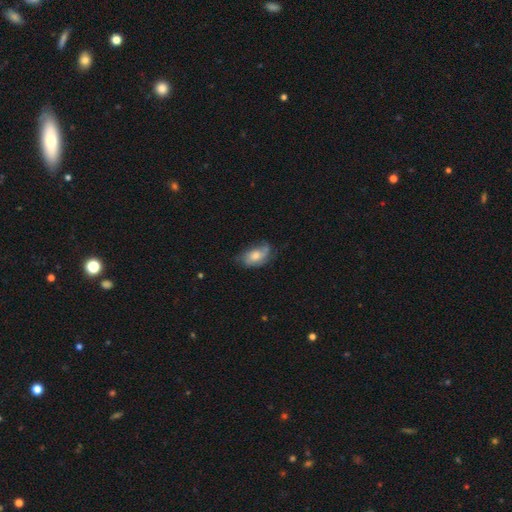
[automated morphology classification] The model was most divided on "smooth or featured": featured or disk: 48%, smooth: 44%, star or artifact: 8%. More confident: merging — none (54%).